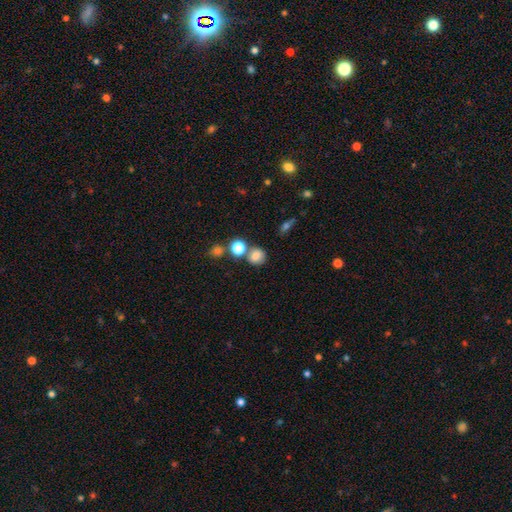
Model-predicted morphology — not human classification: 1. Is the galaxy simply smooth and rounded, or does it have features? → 79% smooth, 14% star or artifact, 8% featured or disk.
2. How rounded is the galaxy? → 83% round, 16% in between, 1% cigar-shaped.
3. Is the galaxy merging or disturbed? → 68% none, 18% merger, 11% minor disturbance, 4% major disturbance.